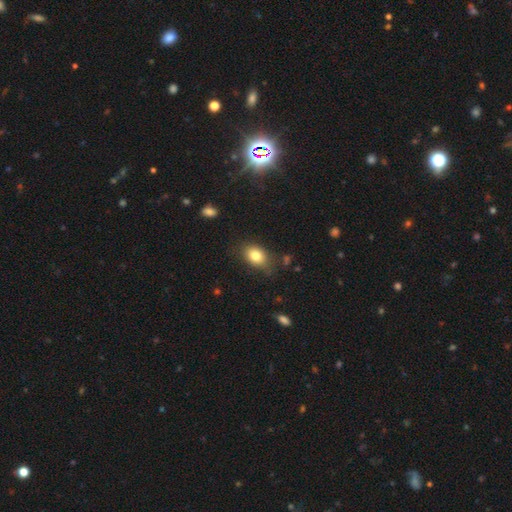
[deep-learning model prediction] The model was most divided on "how rounded": in between: 75%, round: 23%, cigar-shaped: 1%. More confident: smooth or featured — smooth (81%); merging — none (73%).